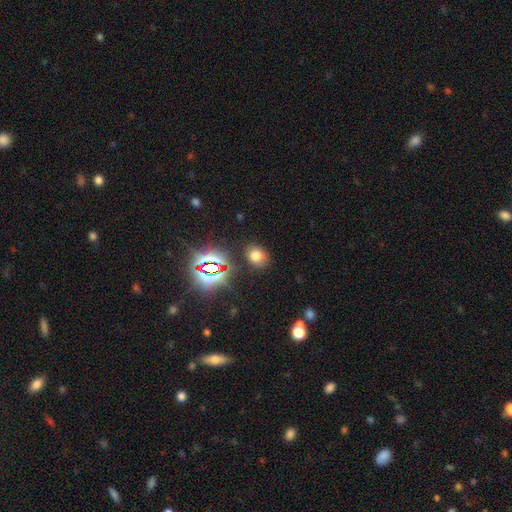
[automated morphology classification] Smooth or featured? Predicted: smooth (p=0.66). How rounded? Predicted: in between (p=0.58). Merging? Predicted: none (p=0.82).